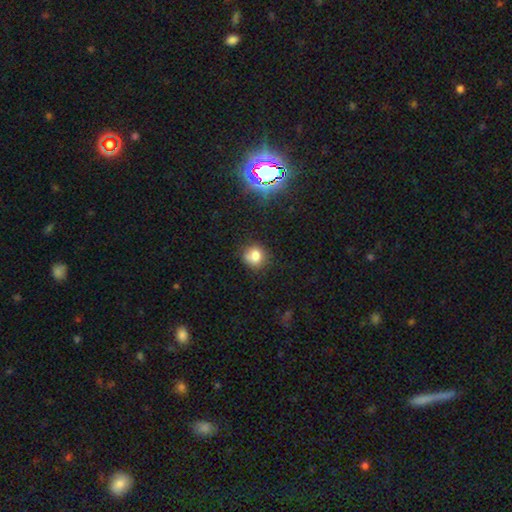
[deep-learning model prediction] Smooth or featured? Predicted: smooth (p=0.77). How rounded? Predicted: round (p=0.81). Merging? Predicted: none (p=0.70).